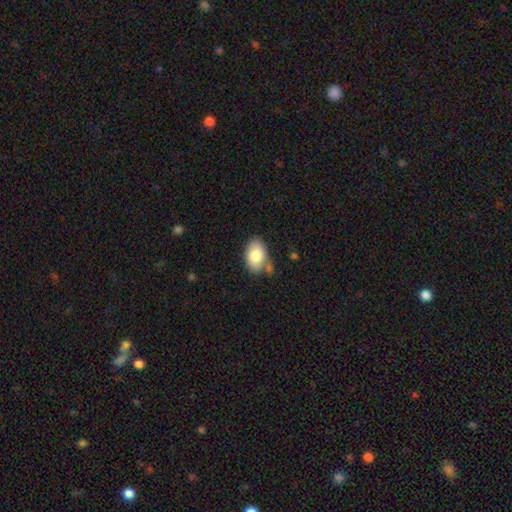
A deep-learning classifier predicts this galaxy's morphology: smooth-or-featured: smooth: 80% | featured or disk: 13% | star or artifact: 7%
  how-rounded: in between: 88% | round: 11% | cigar-shaped: 1%
  merging: none: 69% | minor disturbance: 19% | merger: 8% | major disturbance: 4%